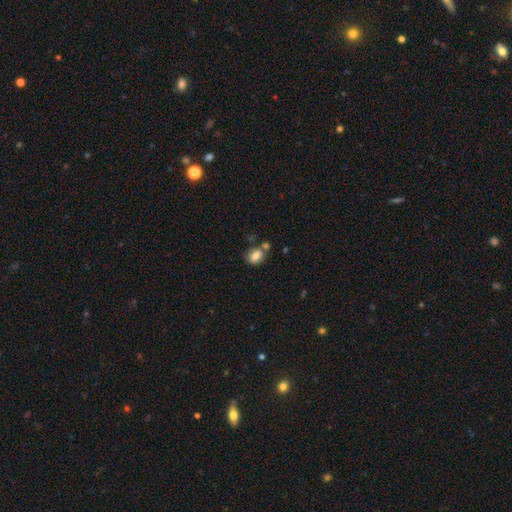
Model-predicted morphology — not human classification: smooth 78%, featured or disk 13%, star or artifact 9%. Down the decision tree: how rounded — in between (65%); merging — none (57%).